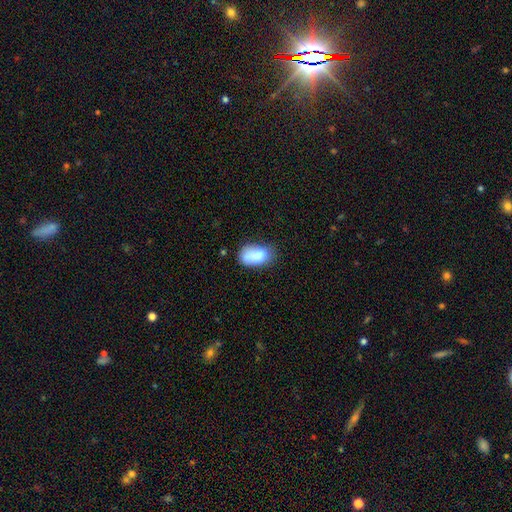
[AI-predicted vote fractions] smooth 82%, featured or disk 9%, star or artifact 8%. Down the decision tree: how rounded — in between (91%); merging — none (54%).